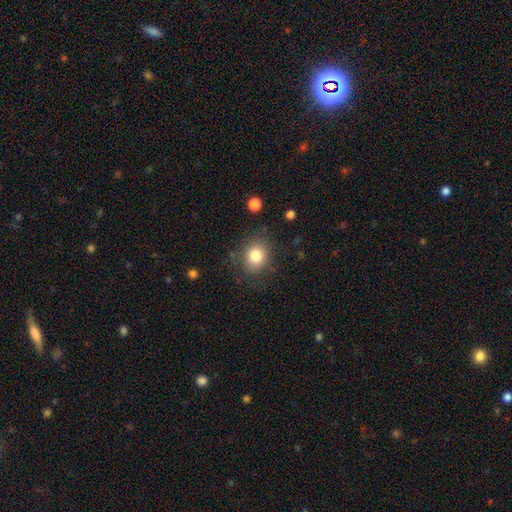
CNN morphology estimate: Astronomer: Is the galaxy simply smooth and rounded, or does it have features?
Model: smooth — 81%.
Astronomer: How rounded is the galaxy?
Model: round — 66%.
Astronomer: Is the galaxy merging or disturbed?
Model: none — 79%.